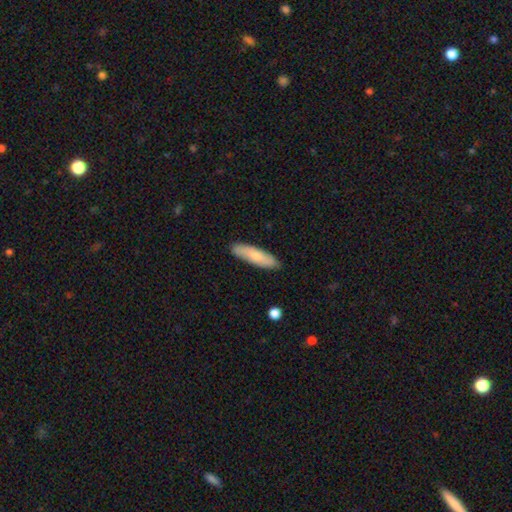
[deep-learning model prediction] Q: Smooth or featured?
A: smooth (74%); runner-up: featured or disk (21%)
Q: How rounded?
A: cigar-shaped (70%); runner-up: in between (28%)
Q: Merging?
A: none (88%); runner-up: minor disturbance (9%)